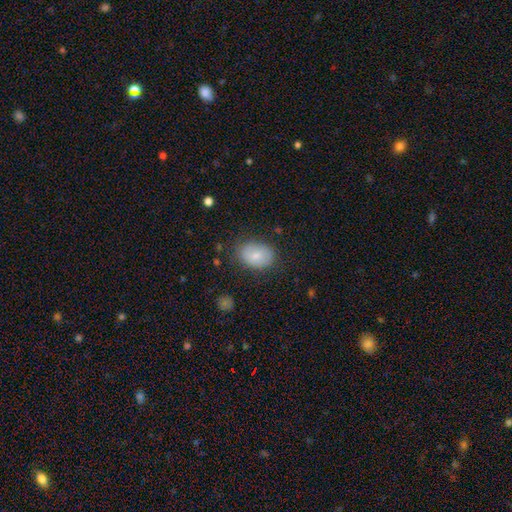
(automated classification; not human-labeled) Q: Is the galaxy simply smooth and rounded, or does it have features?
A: smooth — 80%.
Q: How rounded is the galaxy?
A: in between — 78%.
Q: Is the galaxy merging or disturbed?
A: none — 76%.